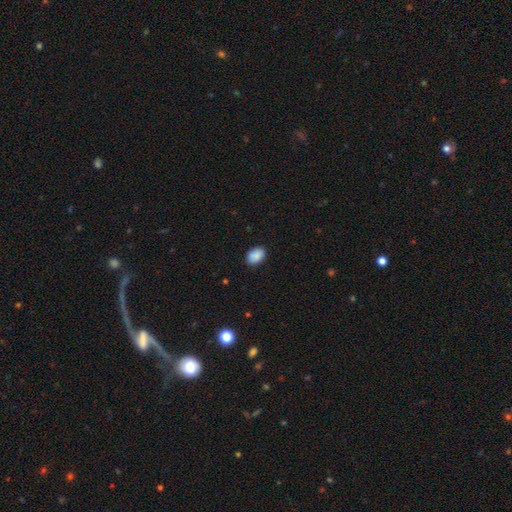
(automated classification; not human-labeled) Overall: smooth (90%). How rounded: in between (82%). Merging: none (87%).